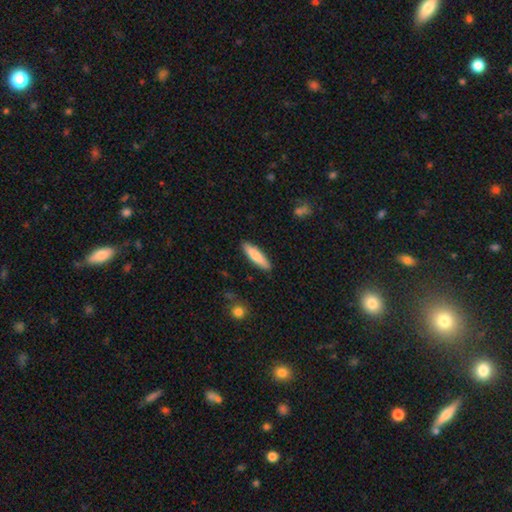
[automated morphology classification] The model was most divided on "how rounded": cigar-shaped: 75%, in between: 24%, round: 1%. More confident: merging — none (89%); smooth or featured — smooth (78%).